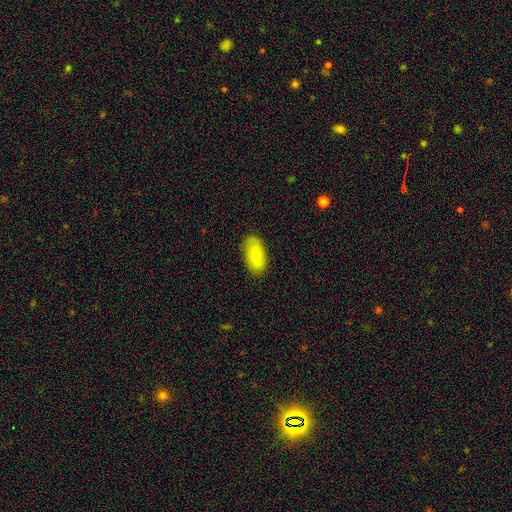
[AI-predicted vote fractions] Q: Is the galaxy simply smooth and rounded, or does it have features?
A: smooth — 76%.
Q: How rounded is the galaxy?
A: in between — 94%.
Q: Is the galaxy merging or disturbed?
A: none — 83%.